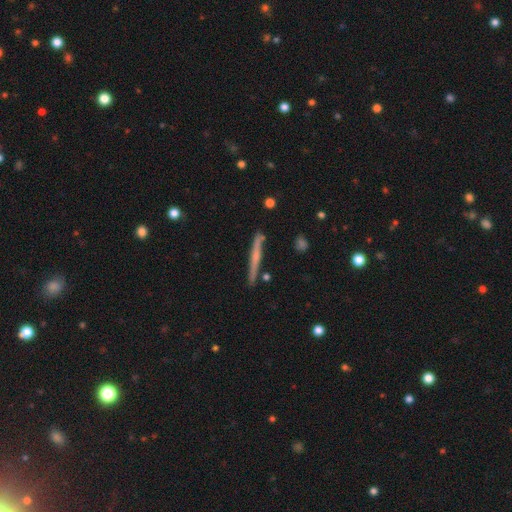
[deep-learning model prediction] Smooth or featured? Predicted: featured or disk (p=0.54). Edge-on disk? Predicted: yes (p=0.97). Edge-on bulge? Predicted: none (p=0.60). Merging? Predicted: none (p=0.86).